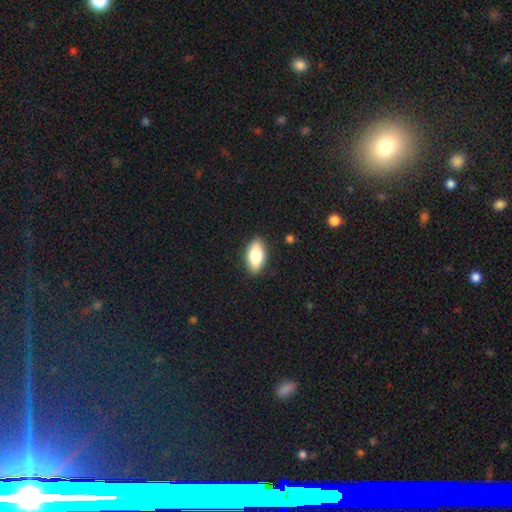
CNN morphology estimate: A smooth galaxy with no disk features (77%) that is in between round and cigar-shaped (88%). Merging: none (89%).